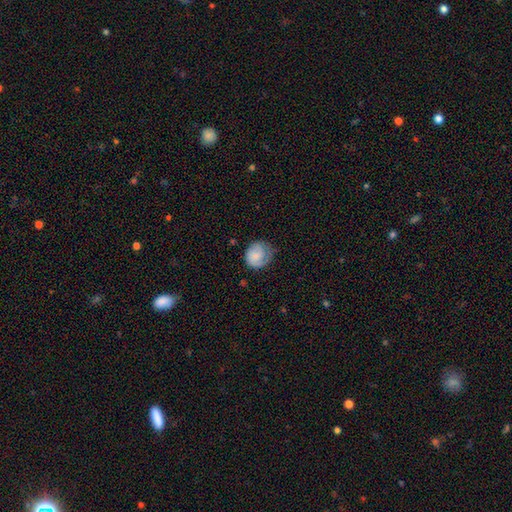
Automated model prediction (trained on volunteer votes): Smooth or featured?
  - smooth: 69% *
  - featured or disk: 24%
  - star or artifact: 7%
How rounded?
  - round: 77% *
  - in between: 22%
  - cigar-shaped: 1%
Merging?
  - none: 55% *
  - minor disturbance: 30%
  - major disturbance: 14%
  - merger: 1%